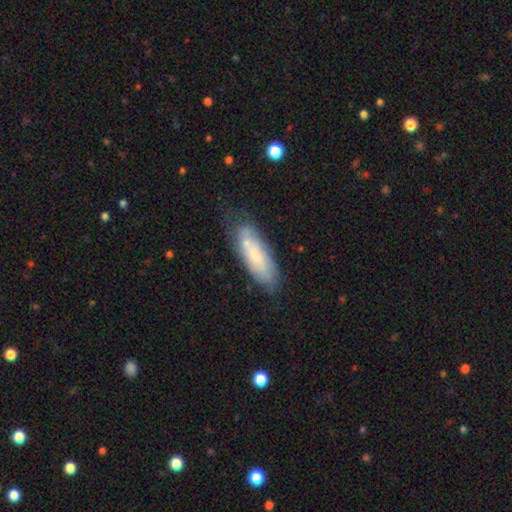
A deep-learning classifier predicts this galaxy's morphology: smooth 59%, featured or disk 33%, star or artifact 7%. Down the decision tree: how rounded — in between (62%); merging — none (59%).